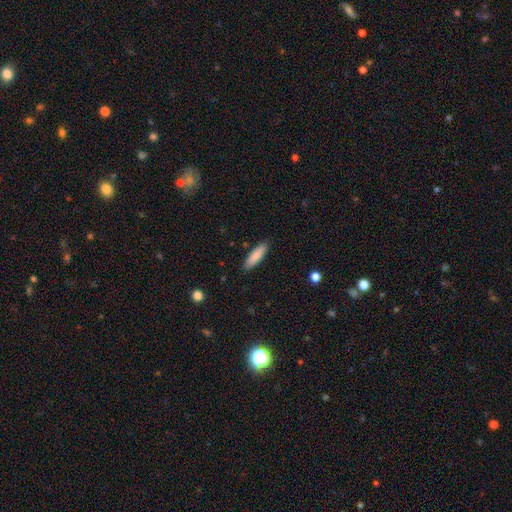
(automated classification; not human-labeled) Smooth or featured: smooth — 86% (featured or disk — 8%)
How rounded: cigar-shaped — 64% (in between — 35%)
Merging: none — 88% (minor disturbance — 9%)